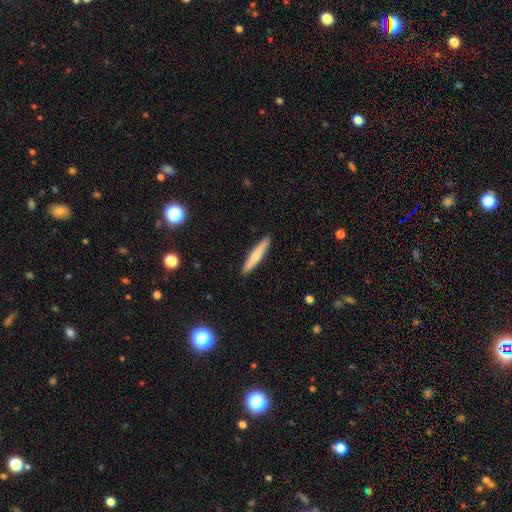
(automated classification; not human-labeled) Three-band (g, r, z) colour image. It shows a smooth galaxy with no disk features (65%) that is cigar-shaped (93%). Merging: none (92%).